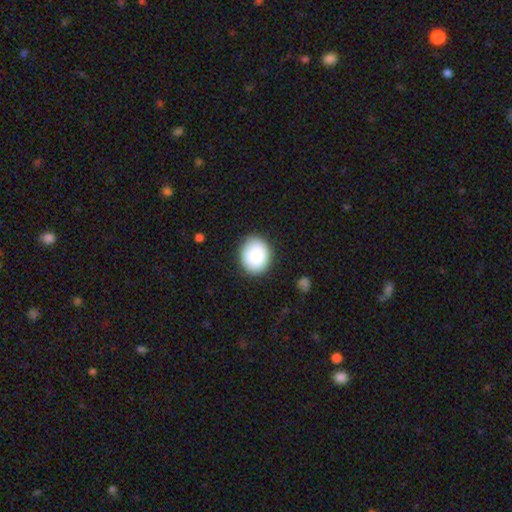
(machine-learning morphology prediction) Smooth or featured? smooth (87%)
How rounded? round (60%)
Merging? none (85%)